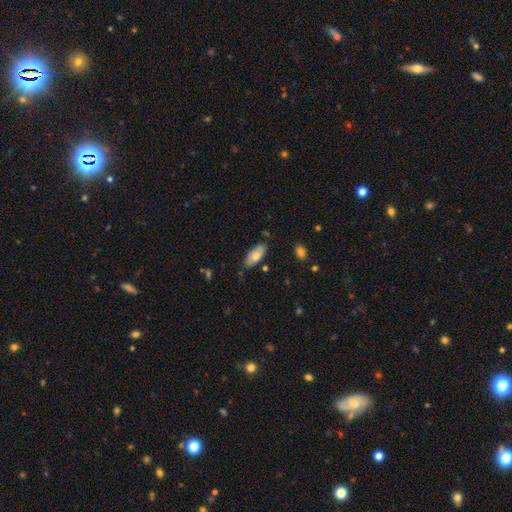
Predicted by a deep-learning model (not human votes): smooth-or-featured: smooth: 73% | featured or disk: 21% | star or artifact: 6%
  how-rounded: in between: 84% | cigar-shaped: 14% | round: 2%
  merging: none: 81% | minor disturbance: 14% | major disturbance: 2% | merger: 2%